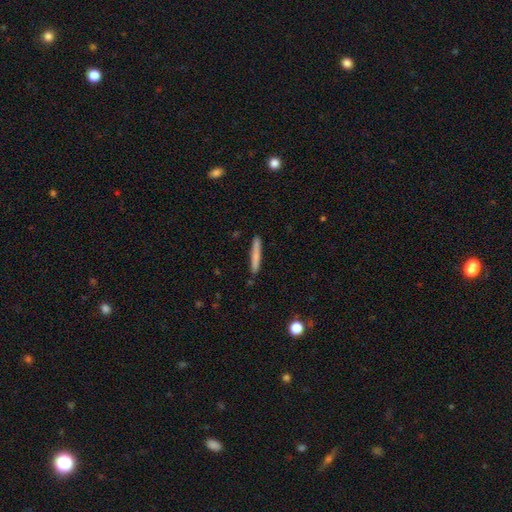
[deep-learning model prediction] Morphology: type=smooth (75%); roundness=cigar-shaped (96%); merging=none (88%).